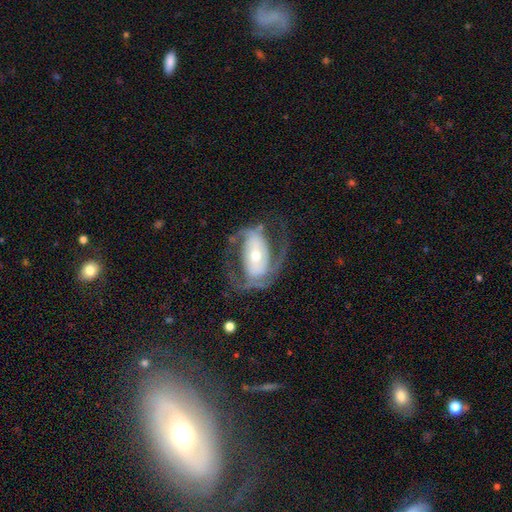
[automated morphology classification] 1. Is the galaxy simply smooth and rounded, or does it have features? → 83% featured or disk, 12% smooth, 5% star or artifact.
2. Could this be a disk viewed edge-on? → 95% no, 5% yes.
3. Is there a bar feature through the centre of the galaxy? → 37% strong, 34% no, 29% weak.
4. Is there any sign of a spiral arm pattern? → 88% yes, 12% no.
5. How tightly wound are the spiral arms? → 50% medium, 26% tight, 24% loose.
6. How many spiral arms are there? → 83% 2, 8% can't tell, 4% 1, 3% 3, 1% 4, 1% more than 4.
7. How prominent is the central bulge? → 46% small, 45% moderate, 6% large, 2% dominant, 1% none.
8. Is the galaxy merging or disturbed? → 58% none, 23% major disturbance, 17% minor disturbance, 2% merger.